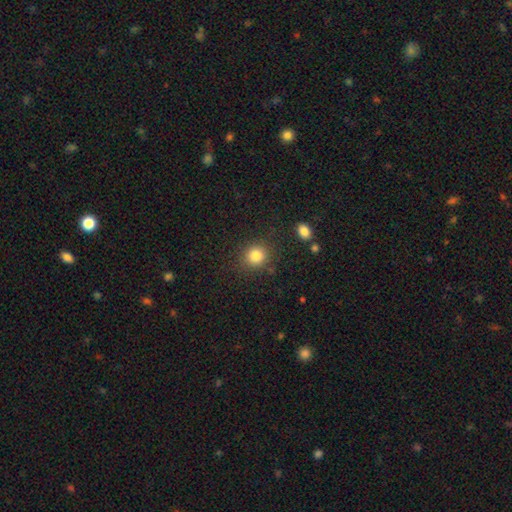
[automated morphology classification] This appears to be a smooth galaxy with no disk features (84%) that is round (85%). Merging: none (85%).